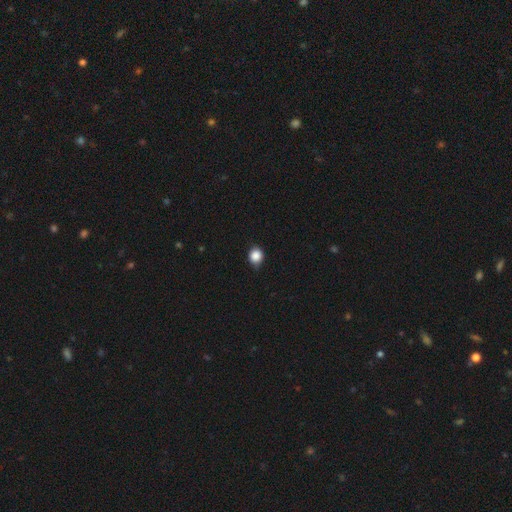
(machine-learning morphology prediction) A smooth galaxy with no disk features (86%) that is round (74%).

Vote fractions:
- Smooth or featured? smooth: 86% / star or artifact: 10% / featured or disk: 4%
- How rounded? round: 74% / in between: 25% / cigar-shaped: 1%
- Merging? none: 73% / minor disturbance: 23% / major disturbance: 3% / merger: 1%